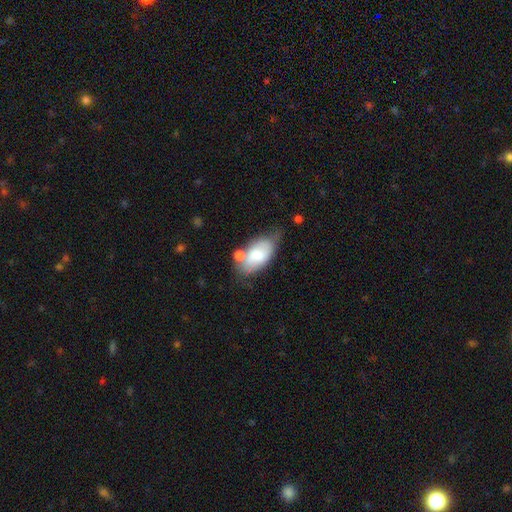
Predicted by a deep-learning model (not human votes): A smooth galaxy with no disk features (66%) that is in between round and cigar-shaped (93%). Merging: none (39%).